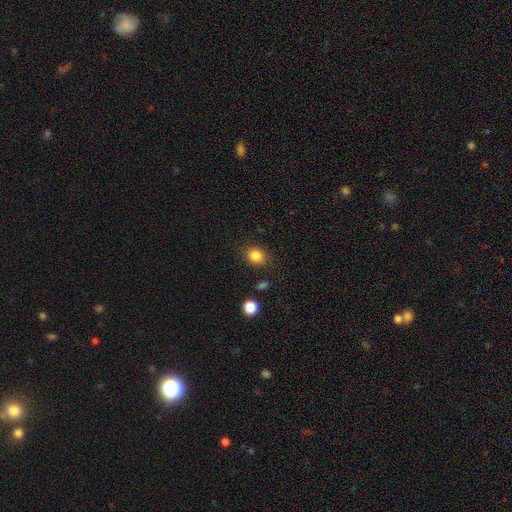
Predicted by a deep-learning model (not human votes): A smooth galaxy with no disk features (85%) that is round (56%). Merging: none (82%).